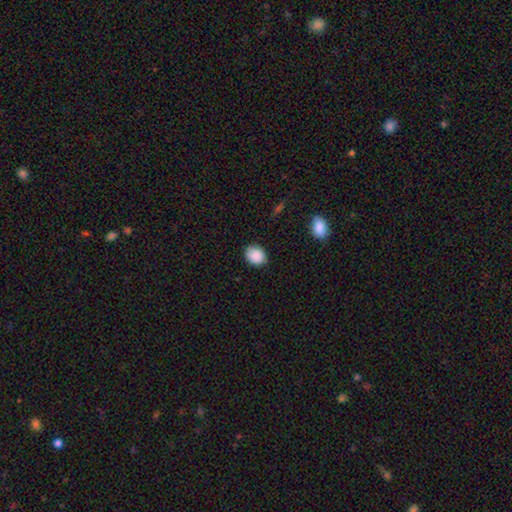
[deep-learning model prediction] Smooth or featured: smooth — 89% (star or artifact — 8%)
How rounded: round — 55% (in between — 44%)
Merging: none — 85% (minor disturbance — 12%)